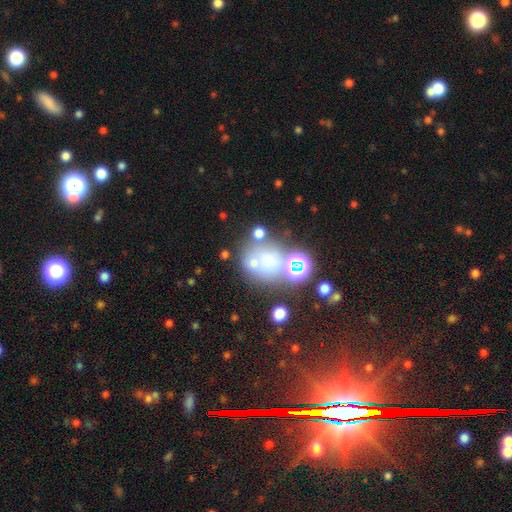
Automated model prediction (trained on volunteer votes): A smooth galaxy with no disk features (55%) that is round (81%).

Vote fractions:
- Smooth or featured? smooth: 55% / star or artifact: 26% / featured or disk: 18%
- How rounded? round: 81% / in between: 17% / cigar-shaped: 1%
- Merging? none: 54% / merger: 25% / minor disturbance: 13% / major disturbance: 8%